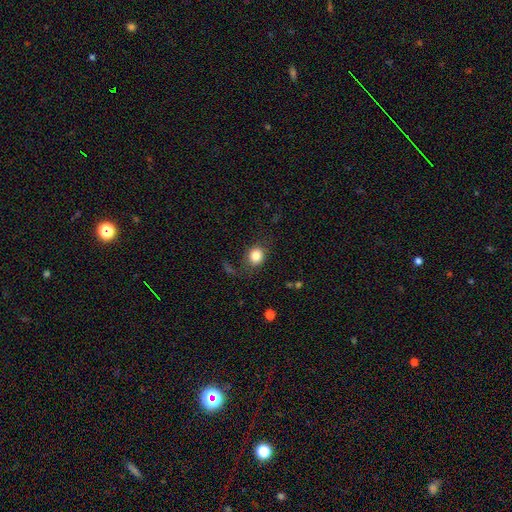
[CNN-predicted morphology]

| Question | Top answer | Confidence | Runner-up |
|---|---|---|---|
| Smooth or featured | smooth | 82% | star or artifact (10%) |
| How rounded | round | 72% | in between (27%) |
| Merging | none | 75% | minor disturbance (15%) |